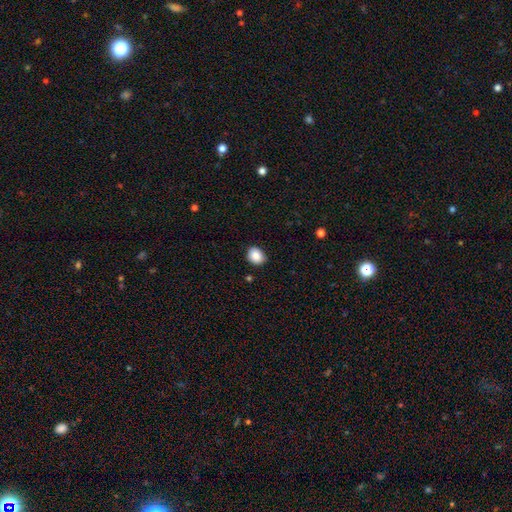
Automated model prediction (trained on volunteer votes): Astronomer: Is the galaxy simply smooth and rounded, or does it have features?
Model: smooth — 88%.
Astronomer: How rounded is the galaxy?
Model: round — 56% (runner-up: in between, 43%).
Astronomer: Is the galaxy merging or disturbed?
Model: none — 86%.